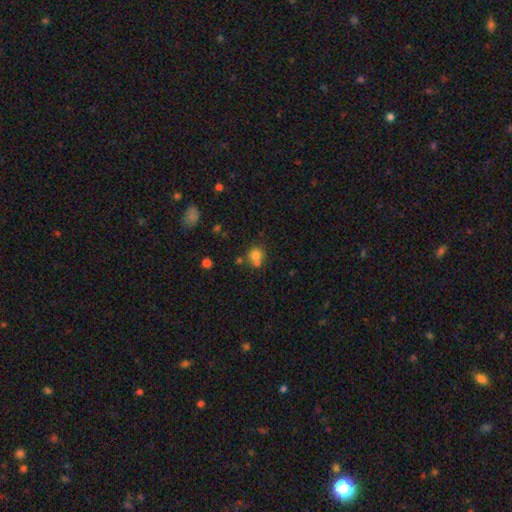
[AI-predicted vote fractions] Morphology: type=smooth (77%); roundness=round (83%); merging=none (51%).